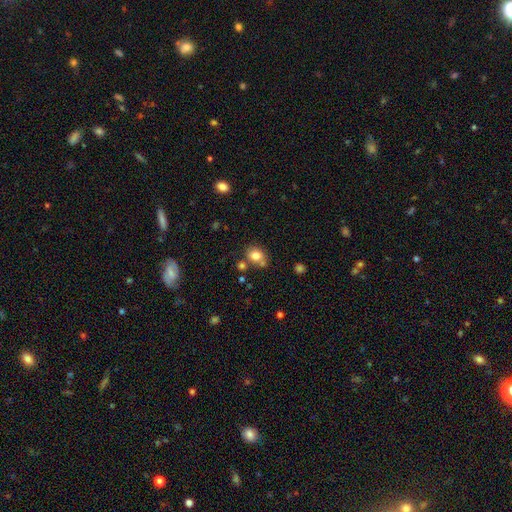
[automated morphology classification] Smooth or featured?
  - smooth: 79% *
  - star or artifact: 11%
  - featured or disk: 9%
How rounded?
  - round: 59% *
  - in between: 40%
  - cigar-shaped: 1%
Merging?
  - none: 62% *
  - merger: 17%
  - minor disturbance: 16%
  - major disturbance: 5%